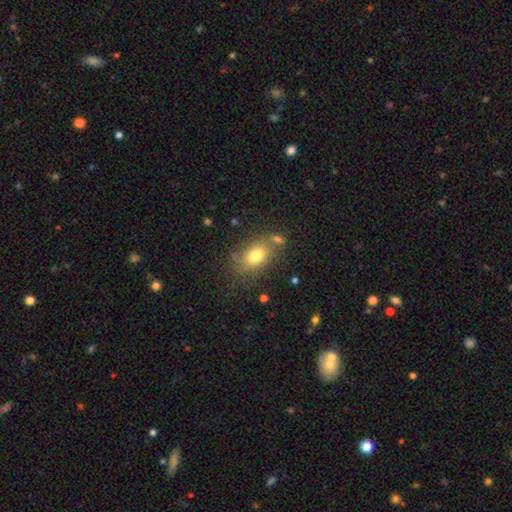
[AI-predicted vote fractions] The model was most divided on "merging": none: 70%, minor disturbance: 15%, merger: 10%, major disturbance: 6%. More confident: how rounded — in between (81%); smooth or featured — smooth (76%).